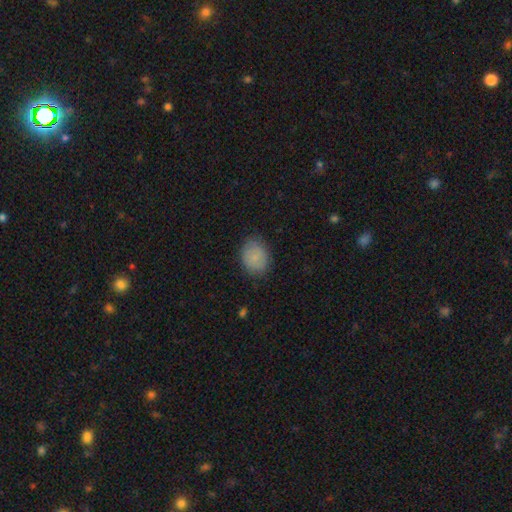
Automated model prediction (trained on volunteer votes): The model was most divided on "how rounded": in between: 56%, round: 43%, cigar-shaped: 1%. More confident: smooth or featured — smooth (83%); merging — none (80%).